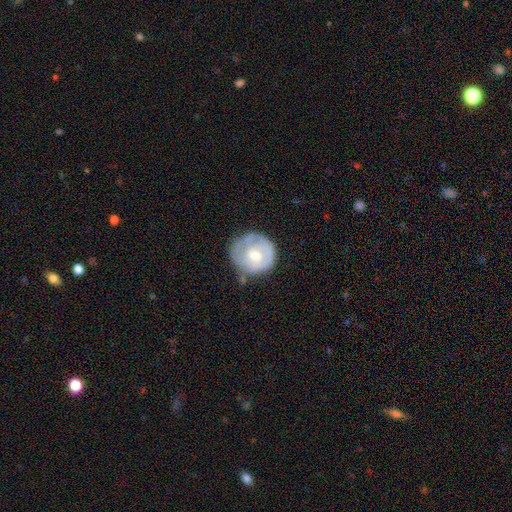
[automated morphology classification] featured or disk 52%, smooth 42%, star or artifact 6%. Down the decision tree: edge-on disk — no (97%); bar — no (74%); spiral arms — yes (50%, tied with no); bulge size — moderate (64%); merging — none (55%).